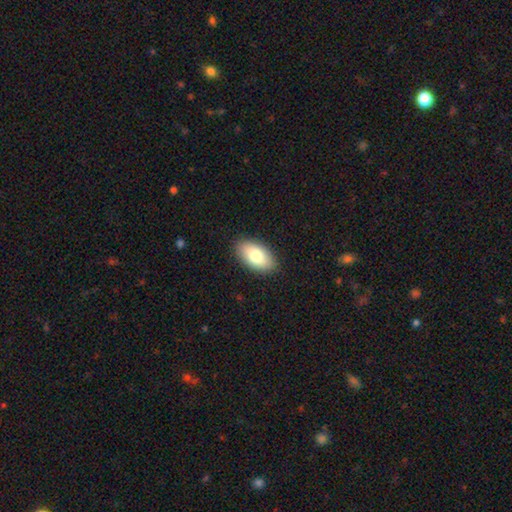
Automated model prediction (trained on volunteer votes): smooth 79%, featured or disk 14%, star or artifact 7%. Down the decision tree: how rounded — in between (94%); merging — none (89%).